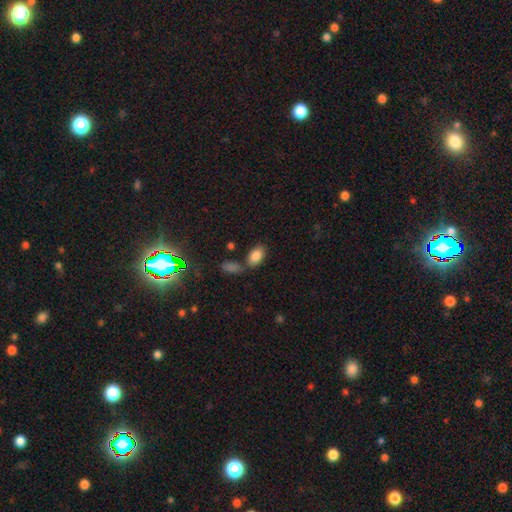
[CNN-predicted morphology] Smooth or featured?
  - smooth: 84% *
  - star or artifact: 9%
  - featured or disk: 8%
How rounded?
  - in between: 92% *
  - round: 6%
  - cigar-shaped: 2%
Merging?
  - none: 65% *
  - merger: 16%
  - minor disturbance: 14%
  - major disturbance: 5%